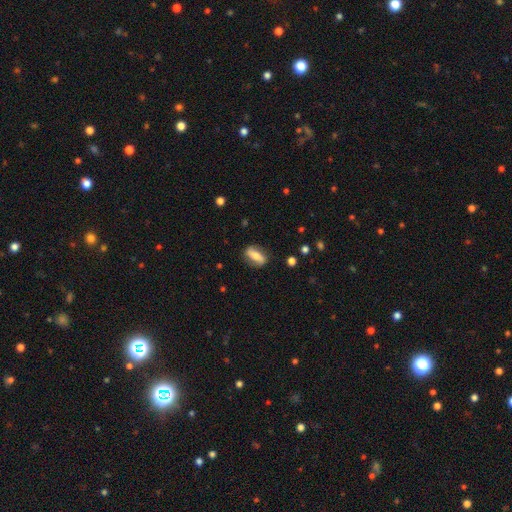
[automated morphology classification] Smooth or featured? smooth (53%)
How rounded? in between (73%)
Merging? none (79%)